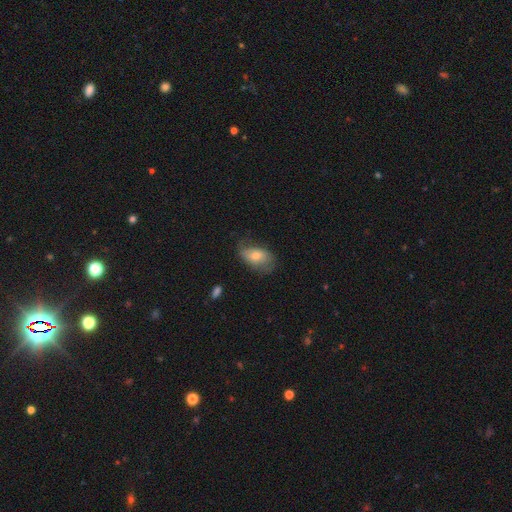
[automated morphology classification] Smooth or featured: smooth — 57% (featured or disk — 35%)
How rounded: in between — 89% (round — 9%)
Merging: none — 57% (minor disturbance — 29%)